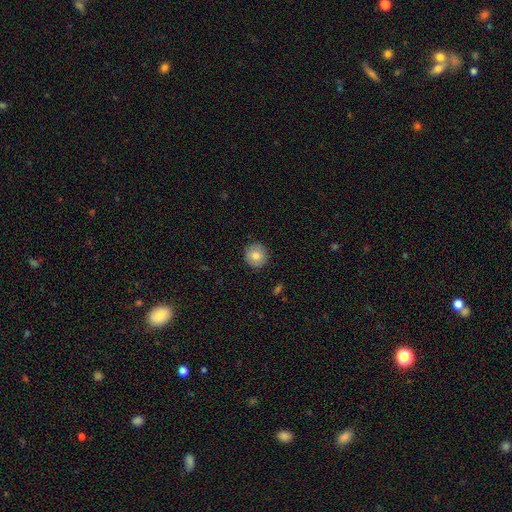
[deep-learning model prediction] smooth 80%, featured or disk 12%, star or artifact 8%. Down the decision tree: how rounded — round (94%); merging — none (91%).